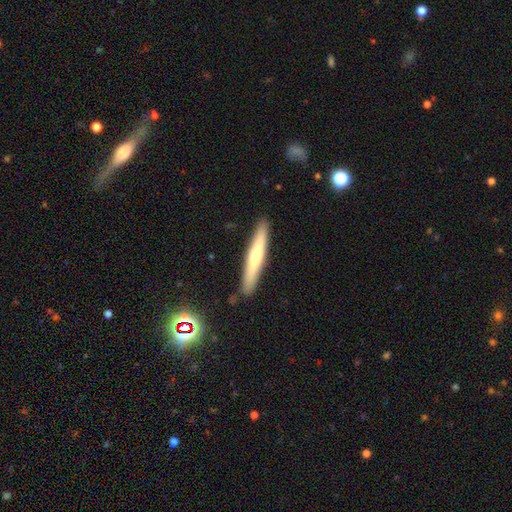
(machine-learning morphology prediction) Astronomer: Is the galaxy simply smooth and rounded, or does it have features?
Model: smooth — 52% (runner-up: featured or disk, 42%).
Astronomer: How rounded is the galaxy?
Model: cigar-shaped — 93%.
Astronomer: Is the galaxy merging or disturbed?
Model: none — 88%.